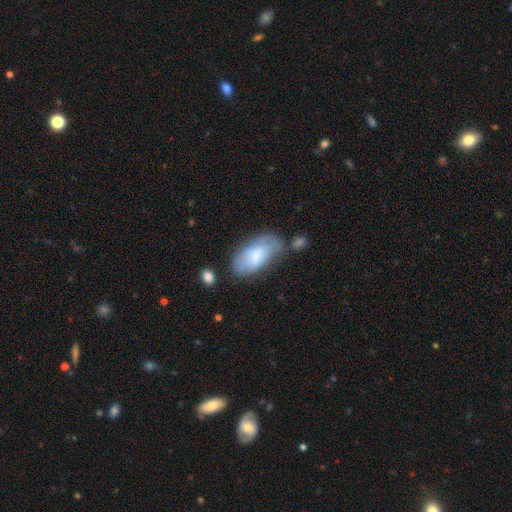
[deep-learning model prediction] This appears to be a smooth galaxy with no disk features (67%) that is in between round and cigar-shaped (93%). Merging: none (53%).